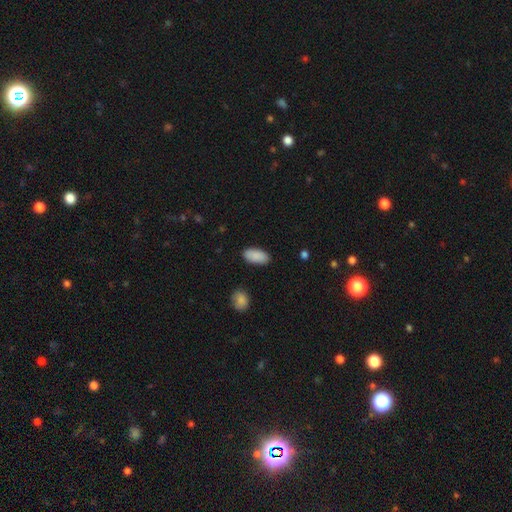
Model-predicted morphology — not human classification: A smooth galaxy with no disk features (89%) that is in between round and cigar-shaped (93%).

Vote fractions:
- Smooth or featured? smooth: 89% / star or artifact: 6% / featured or disk: 5%
- How rounded? in between: 93% / cigar-shaped: 5% / round: 2%
- Merging? none: 87% / minor disturbance: 9% / major disturbance: 2% / merger: 2%